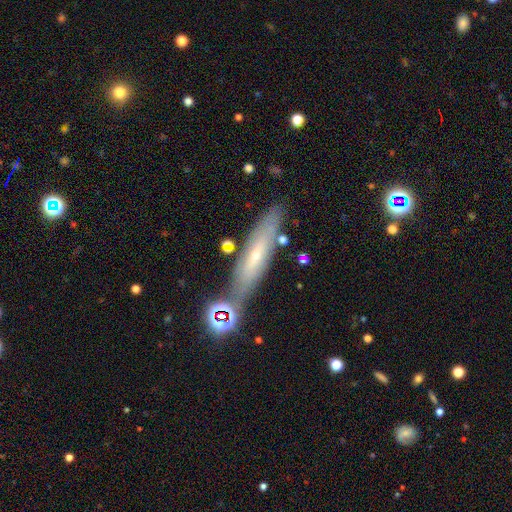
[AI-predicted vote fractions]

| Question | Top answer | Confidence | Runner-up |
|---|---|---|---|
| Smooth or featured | featured or disk | 48% | smooth (41%) |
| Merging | none | 75% | minor disturbance (14%) |